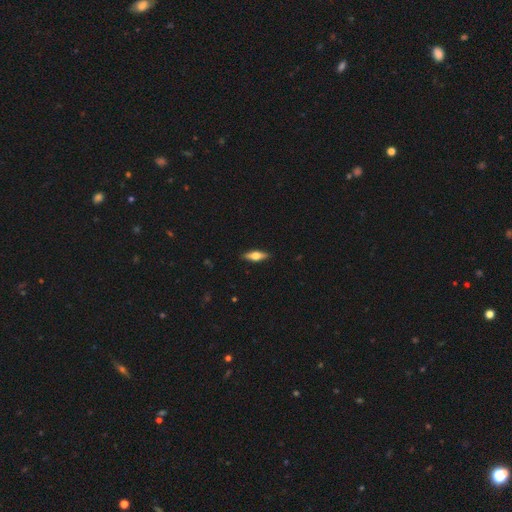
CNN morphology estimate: Smooth or featured? smooth (47%, tied with featured or disk)
Merging? none (90%)